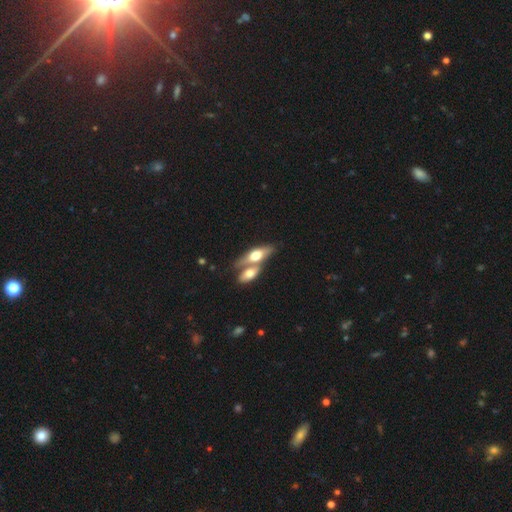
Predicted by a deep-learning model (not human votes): Smooth or featured? smooth (50%)
Merging? merger (60%)